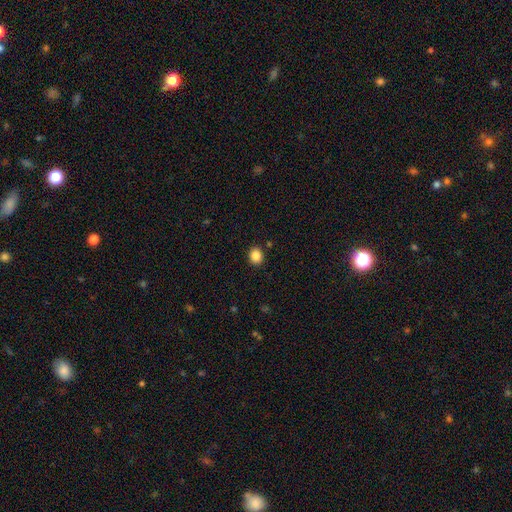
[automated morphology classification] This appears to be a smooth galaxy with no disk features (86%) that is round (68%). Merging: none (89%).